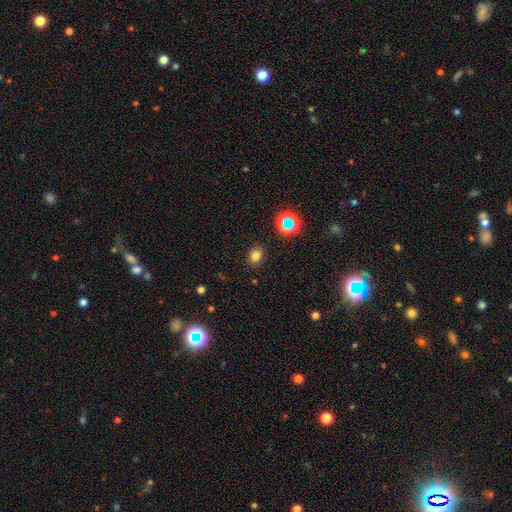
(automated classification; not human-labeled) Morphology: type=smooth (77%); roundness=round (60%); merging=none (88%).